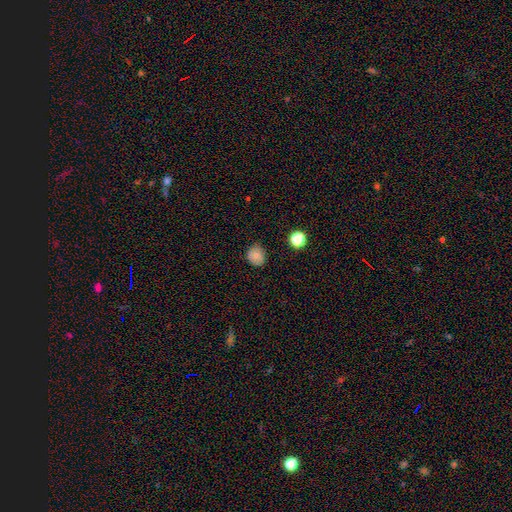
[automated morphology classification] smooth-or-featured: smooth: 79% | star or artifact: 12% | featured or disk: 9%
  how-rounded: round: 78% | in between: 21% | cigar-shaped: 1%
  merging: none: 81% | minor disturbance: 15% | major disturbance: 3% | merger: 1%